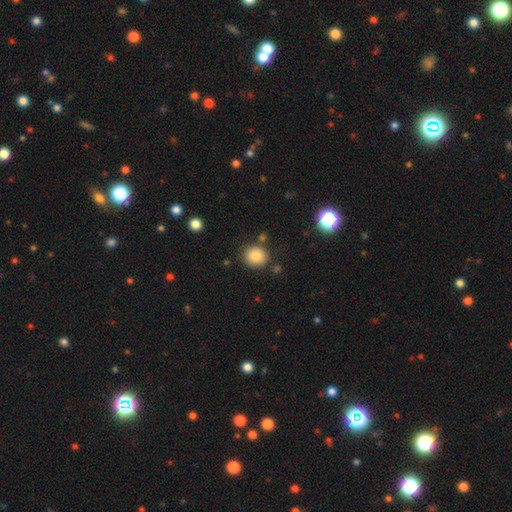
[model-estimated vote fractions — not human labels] A smooth galaxy with no disk features (84%) that is round (82%). Merging: none (83%).